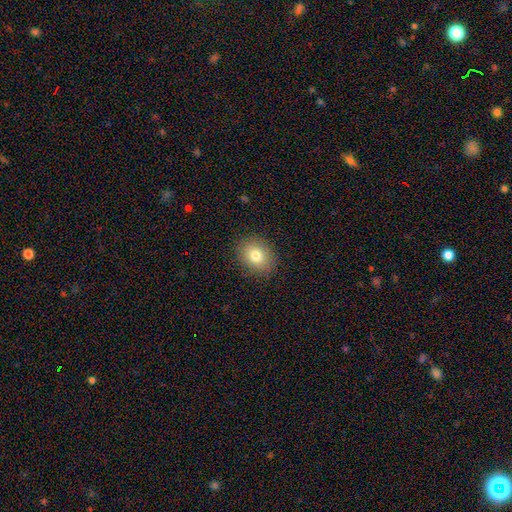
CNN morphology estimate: Smooth or featured?
  - smooth: 80% *
  - star or artifact: 10%
  - featured or disk: 10%
How rounded?
  - round: 54% *
  - in between: 45%
  - cigar-shaped: 1%
Merging?
  - none: 88% *
  - minor disturbance: 8%
  - major disturbance: 3%
  - merger: 1%